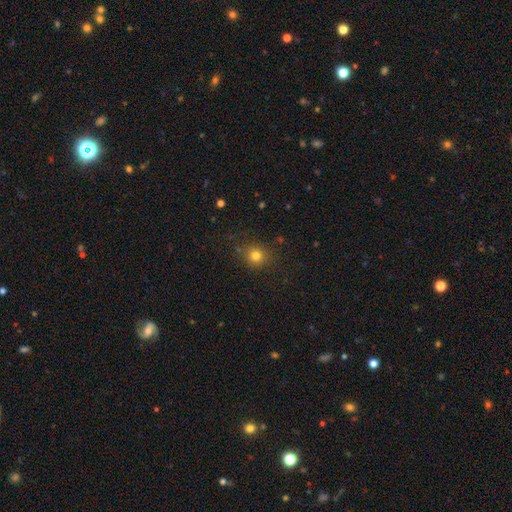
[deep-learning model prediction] This is likely a smooth galaxy (78%). How rounded: clearly round (86%). Merging: clearly none (86%).